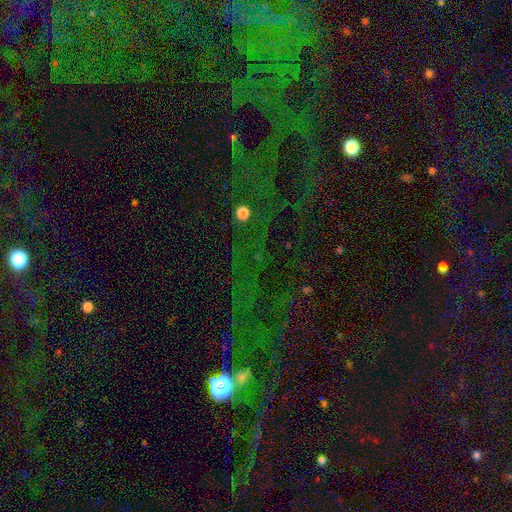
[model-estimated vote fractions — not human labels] Smooth or featured?
  - star or artifact: 77% *
  - smooth: 12%
  - featured or disk: 11%